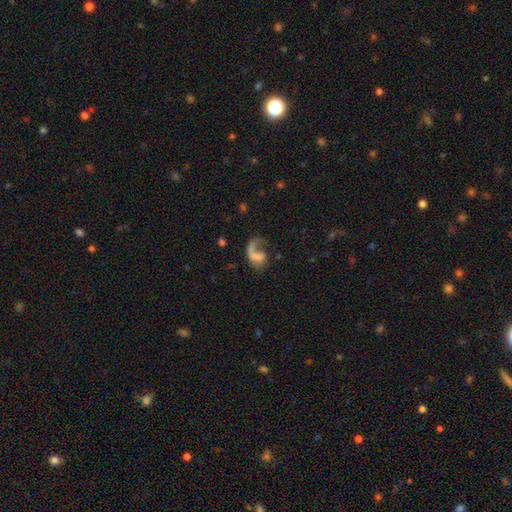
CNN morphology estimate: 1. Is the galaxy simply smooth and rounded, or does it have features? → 57% featured or disk, 33% smooth, 10% star or artifact.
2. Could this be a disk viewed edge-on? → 98% no, 2% yes.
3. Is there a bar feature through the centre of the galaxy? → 71% no, 22% weak, 7% strong.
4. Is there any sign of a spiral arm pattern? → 70% yes, 30% no.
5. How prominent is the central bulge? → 61% none, 18% small, 12% moderate, 7% large, 3% dominant.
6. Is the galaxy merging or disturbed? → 52% major disturbance, 28% none, 13% minor disturbance, 8% merger.